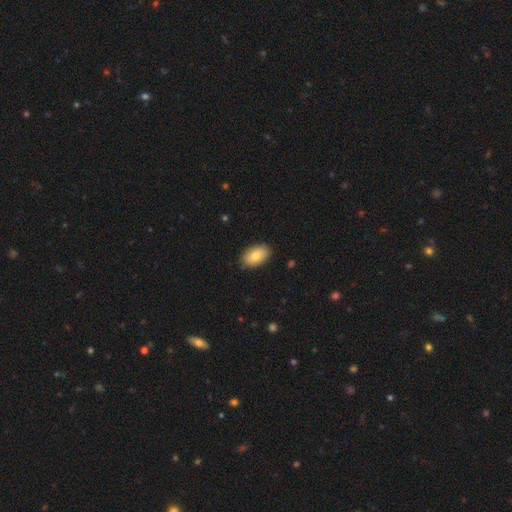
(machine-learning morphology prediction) Smooth or featured?
  - smooth: 81% *
  - featured or disk: 13%
  - star or artifact: 6%
How rounded?
  - in between: 93% *
  - round: 6%
  - cigar-shaped: 1%
Merging?
  - none: 87% *
  - minor disturbance: 10%
  - major disturbance: 2%
  - merger: 1%